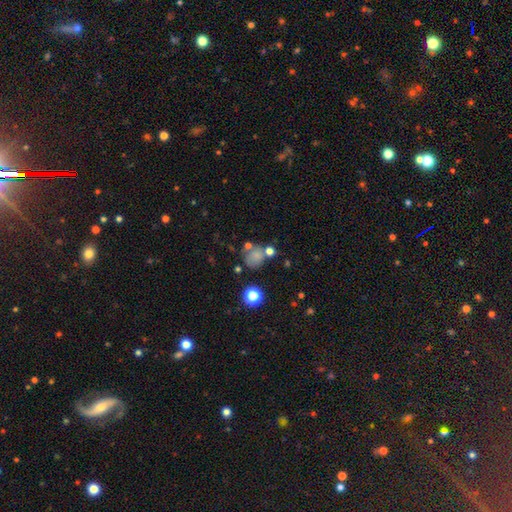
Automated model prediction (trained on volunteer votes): A smooth galaxy with no disk features (70%) that is round (73%). Merging: none (54%).